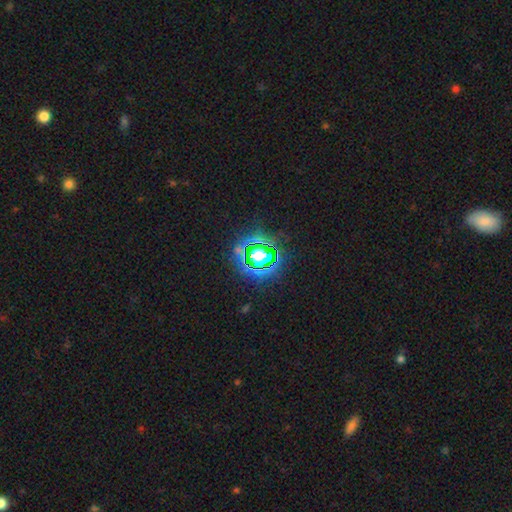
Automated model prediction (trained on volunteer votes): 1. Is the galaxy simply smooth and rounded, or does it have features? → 79% star or artifact, 14% smooth, 7% featured or disk.